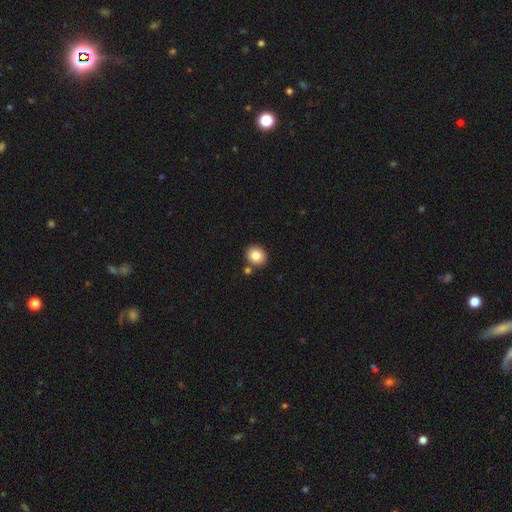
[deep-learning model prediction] smooth_or_featured: smooth (p=0.84) [alt: star or artifact p=0.09]
how_rounded: round (p=0.74) [alt: in between p=0.25]
merging: none (p=0.81) [alt: merger p=0.09]